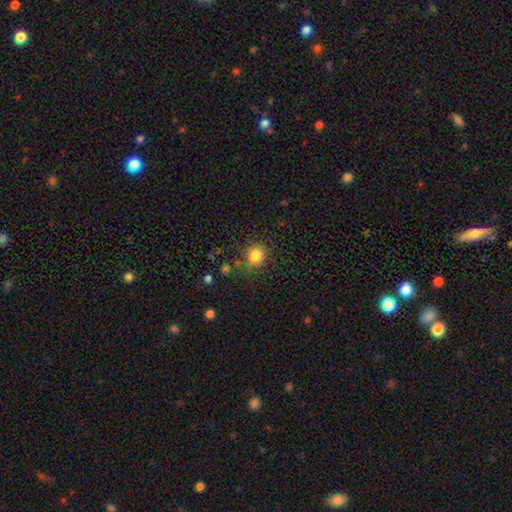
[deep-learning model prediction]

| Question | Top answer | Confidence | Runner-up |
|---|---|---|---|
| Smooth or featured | smooth | 84% | star or artifact (11%) |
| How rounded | round | 78% | in between (22%) |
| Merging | none | 81% | minor disturbance (12%) |